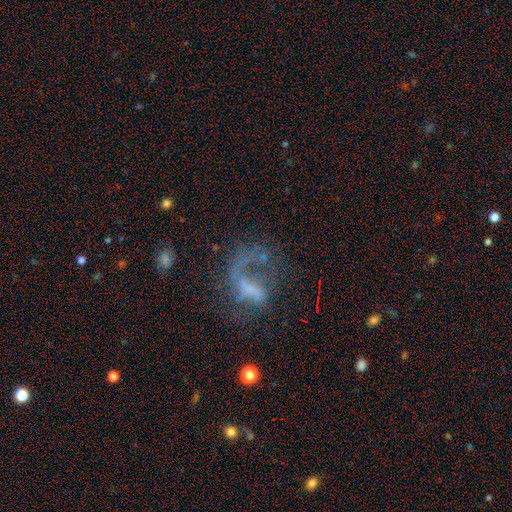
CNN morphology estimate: This is likely a featured or disk galaxy (62%). It is clearly not viewed edge-on (96%). Bar: possibly no (50%). Spiral arm pattern: likely yes (65%). Central bulge: possibly none (57%). Merging: marginally major disturbance (43%).